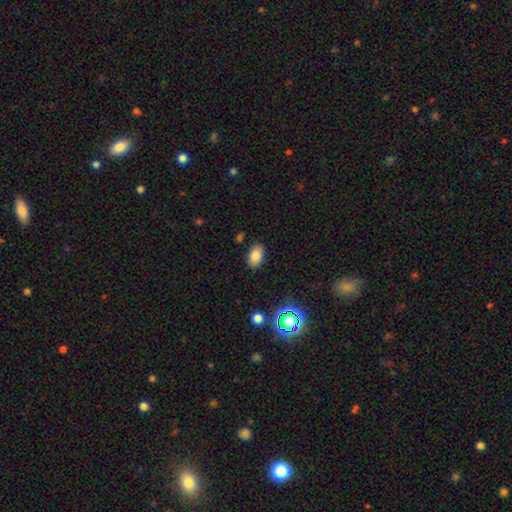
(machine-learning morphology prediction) Q: Smooth or featured?
A: smooth (82%); runner-up: star or artifact (11%)
Q: How rounded?
A: in between (90%); runner-up: round (9%)
Q: Merging?
A: none (86%); runner-up: minor disturbance (10%)